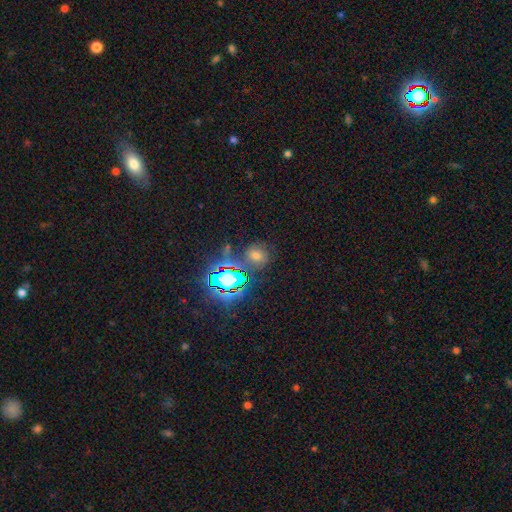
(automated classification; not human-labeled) Overall: smooth (43%; star or artifact 42%). Merging: none (72%).